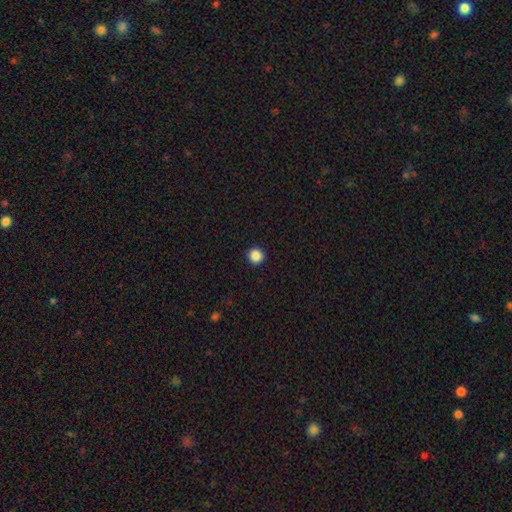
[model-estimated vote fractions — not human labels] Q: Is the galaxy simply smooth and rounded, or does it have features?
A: smooth — 87%.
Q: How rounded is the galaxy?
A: round — 95%.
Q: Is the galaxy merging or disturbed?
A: none — 93%.